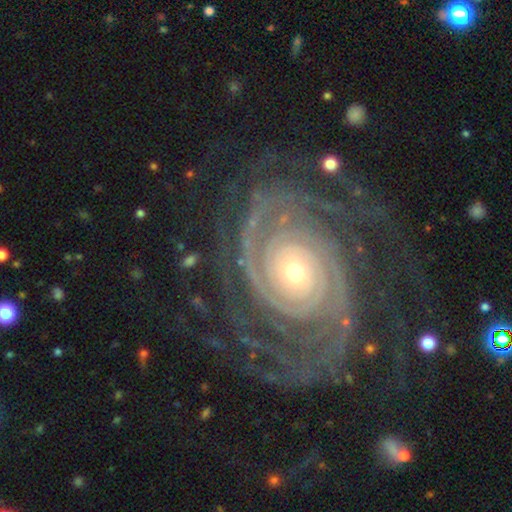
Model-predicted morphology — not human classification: Smooth or featured: featured or disk — 92% (star or artifact — 5%)
Edge-on disk: no — 97% (yes — 3%)
Bar: no — 78% (weak — 14%)
Spiral arms: yes — 98% (no — 2%)
Spiral winding: tight — 80% (medium — 17%)
Spiral arm count: 2 — 35% (3 — 17%)
Bulge size: small — 55% (moderate — 40%)
Merging: none — 70% (minor disturbance — 15%)